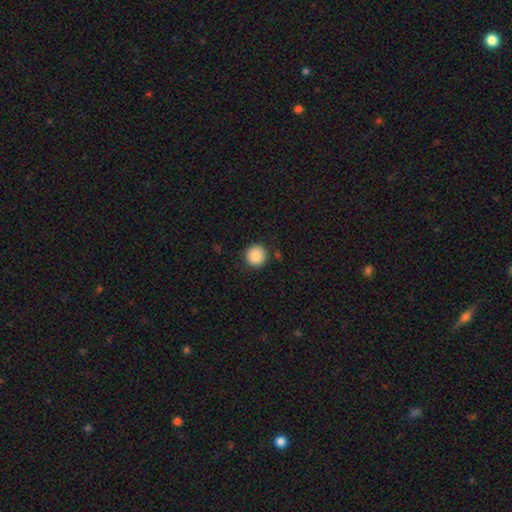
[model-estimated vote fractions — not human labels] Q: Smooth or featured?
A: smooth (87%); runner-up: star or artifact (8%)
Q: How rounded?
A: round (95%); runner-up: in between (4%)
Q: Merging?
A: none (89%); runner-up: minor disturbance (7%)